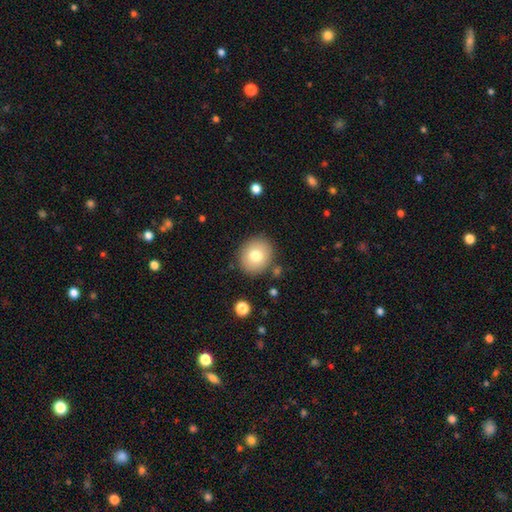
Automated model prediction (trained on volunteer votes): Morphology: type=smooth (76%); roundness=round (75%); merging=none (85%).